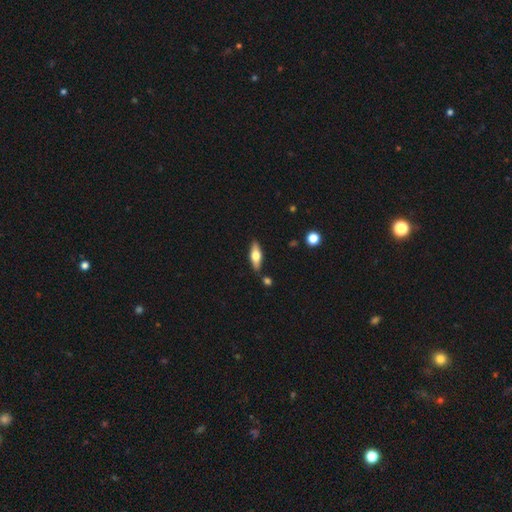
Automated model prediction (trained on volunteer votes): Smooth or featured?
  - smooth: 57% *
  - featured or disk: 37%
  - star or artifact: 6%
How rounded?
  - in between: 59% *
  - cigar-shaped: 38%
  - round: 3%
Merging?
  - none: 83% *
  - minor disturbance: 11%
  - merger: 4%
  - major disturbance: 2%